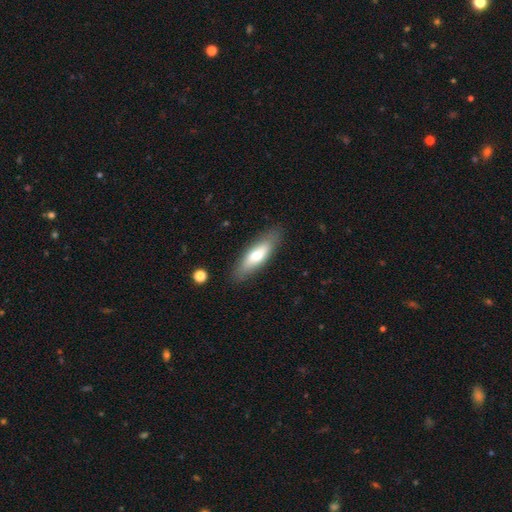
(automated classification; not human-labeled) Smooth or featured?
  - smooth: 64% *
  - featured or disk: 29%
  - star or artifact: 6%
How rounded?
  - cigar-shaped: 51% *
  - in between: 47%
  - round: 2%
Merging?
  - none: 84% *
  - minor disturbance: 11%
  - major disturbance: 3%
  - merger: 1%